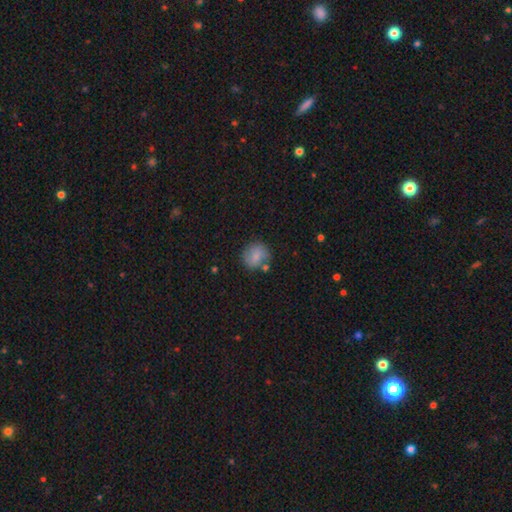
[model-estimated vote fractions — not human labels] A smooth galaxy with no disk features (78%) that is round (84%). Merging: none (69%).